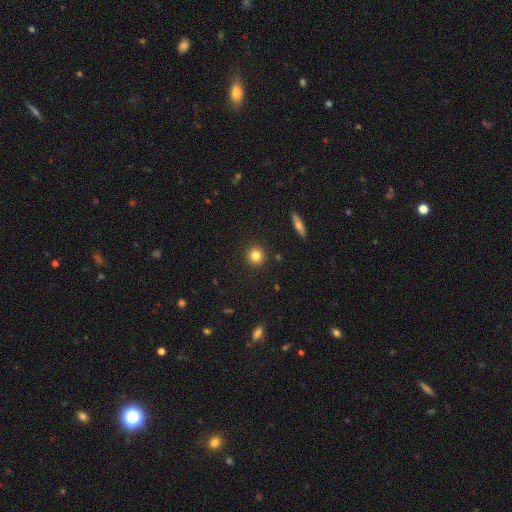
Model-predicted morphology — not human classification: This appears to be a smooth galaxy with no disk features (83%) that is round (93%). Merging: none (92%).